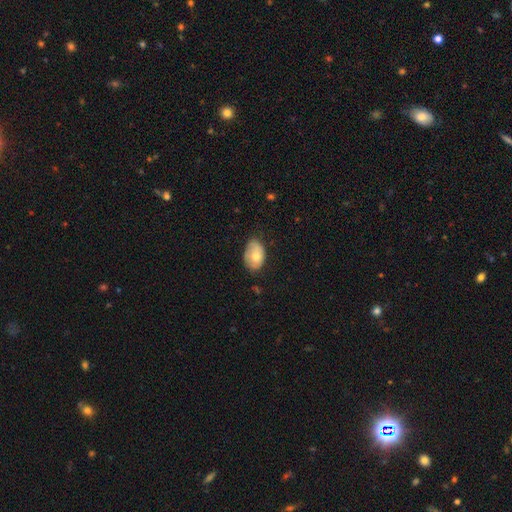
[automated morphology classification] Smooth or featured? Predicted: smooth (p=0.70). How rounded? Predicted: in between (p=0.86). Merging? Predicted: none (p=0.58).